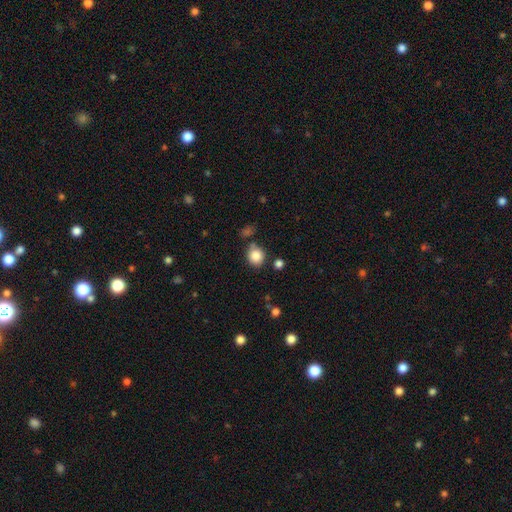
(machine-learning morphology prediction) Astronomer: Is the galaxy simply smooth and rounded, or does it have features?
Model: smooth — 85%.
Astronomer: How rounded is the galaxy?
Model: round — 82%.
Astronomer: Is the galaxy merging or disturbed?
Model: none — 74%.